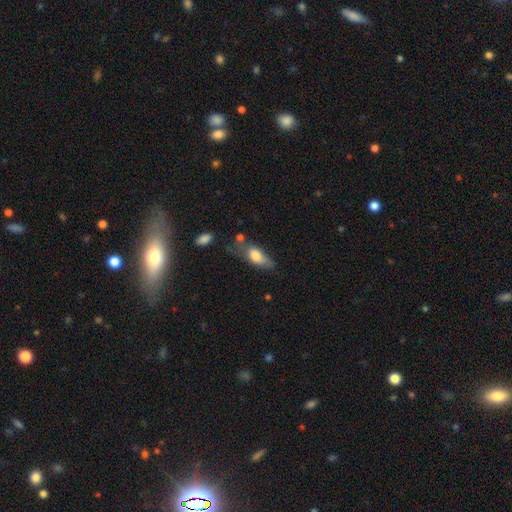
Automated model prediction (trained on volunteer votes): The model was most divided on "merging": none: 38%, minor disturbance: 33%, major disturbance: 19%, merger: 10%. More confident: how rounded — in between (81%); smooth or featured — smooth (75%).